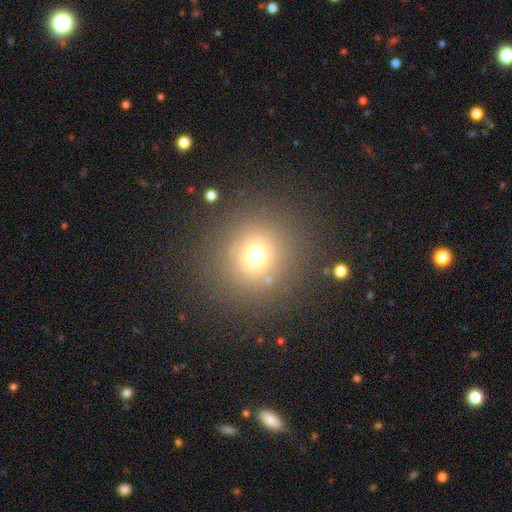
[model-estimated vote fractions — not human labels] The model was most divided on "smooth or featured": smooth: 68%, star or artifact: 23%, featured or disk: 9%. More confident: how rounded — round (92%); merging — none (85%).